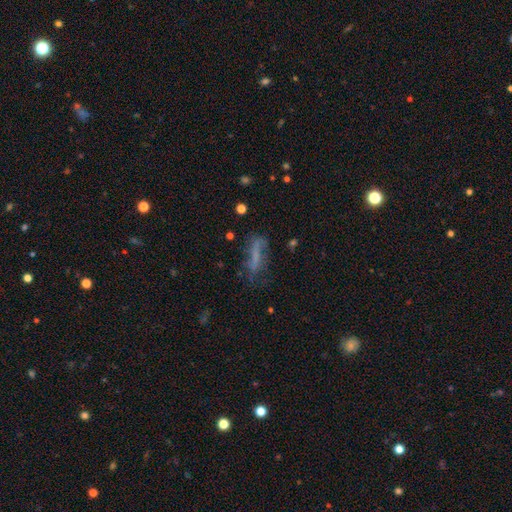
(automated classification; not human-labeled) Q: Smooth or featured?
A: smooth (47%); runner-up: featured or disk (37%)
Q: Merging?
A: none (48%); runner-up: minor disturbance (26%)